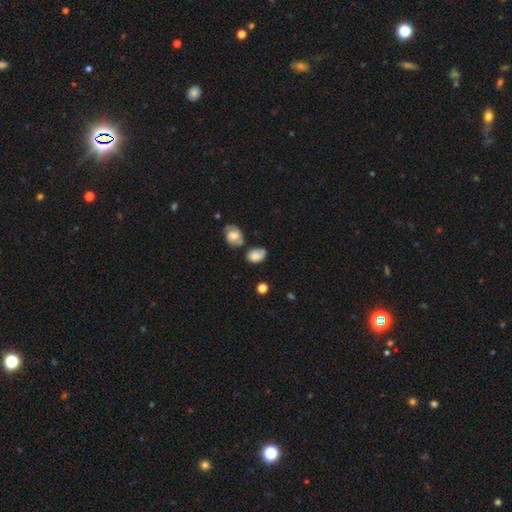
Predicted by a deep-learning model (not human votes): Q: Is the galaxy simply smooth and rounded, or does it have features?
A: smooth — 69%.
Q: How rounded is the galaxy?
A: in between — 69%.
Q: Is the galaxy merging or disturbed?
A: none — 44%.